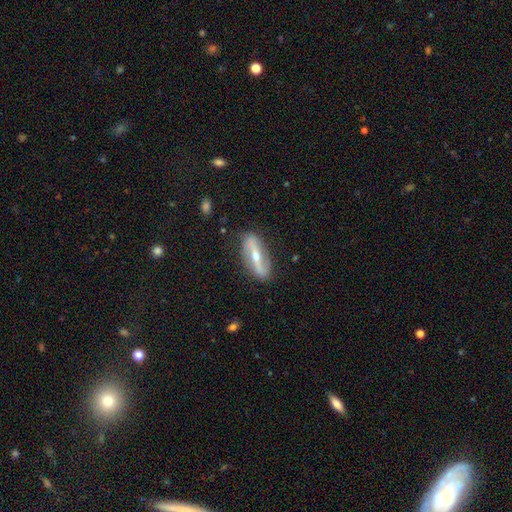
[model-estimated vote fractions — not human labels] Q: Smooth or featured?
A: featured or disk (78%); runner-up: smooth (16%)
Q: Edge-on disk?
A: no (75%); runner-up: yes (25%)
Q: Bar?
A: strong (64%); runner-up: weak (20%)
Q: Spiral arms?
A: yes (77%); runner-up: no (23%)
Q: Bulge size?
A: moderate (57%); runner-up: small (38%)
Q: Merging?
A: none (85%); runner-up: minor disturbance (11%)